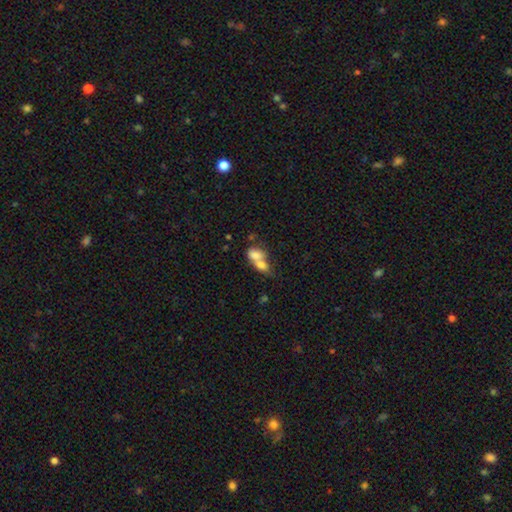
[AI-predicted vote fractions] Morphology: type=smooth (73%); roundness=in between (76%); merging=merger (73%).